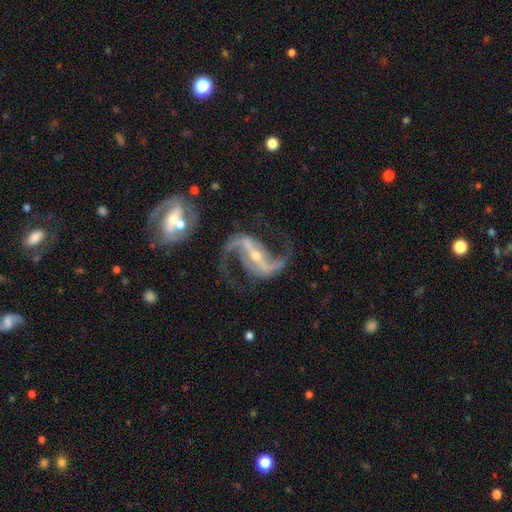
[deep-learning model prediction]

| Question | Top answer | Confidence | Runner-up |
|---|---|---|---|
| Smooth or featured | featured or disk | 93% | star or artifact (5%) |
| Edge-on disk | no | 97% | yes (3%) |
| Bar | strong | 68% | weak (22%) |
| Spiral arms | yes | 98% | no (2%) |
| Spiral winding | loose | 60% | medium (33%) |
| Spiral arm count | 2 | 94% | 1 (1%) |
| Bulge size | small | 67% | moderate (29%) |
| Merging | none | 73% | minor disturbance (13%) |